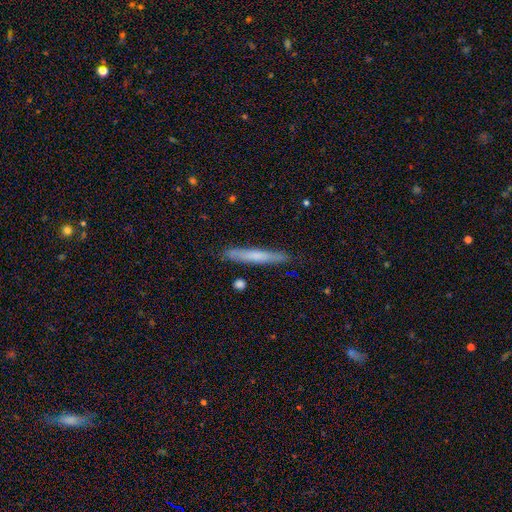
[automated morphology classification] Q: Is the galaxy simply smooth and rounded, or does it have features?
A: smooth — 62%.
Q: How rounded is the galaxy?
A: cigar-shaped — 96%.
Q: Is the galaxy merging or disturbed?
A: none — 87%.